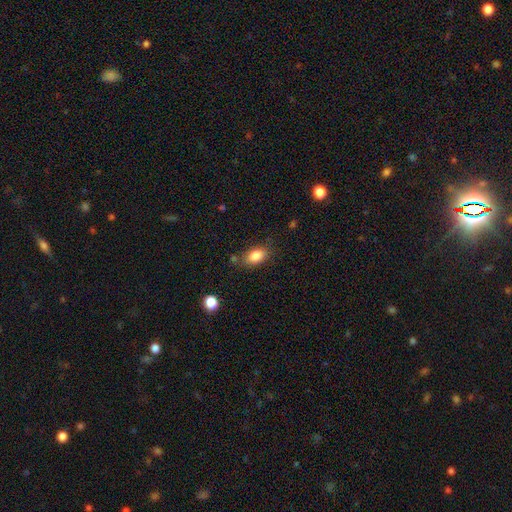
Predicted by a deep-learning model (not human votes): smooth_or_featured: smooth (p=0.85) [alt: star or artifact p=0.08]
how_rounded: in between (p=0.89) [alt: round p=0.08]
merging: none (p=0.75) [alt: minor disturbance p=0.16]